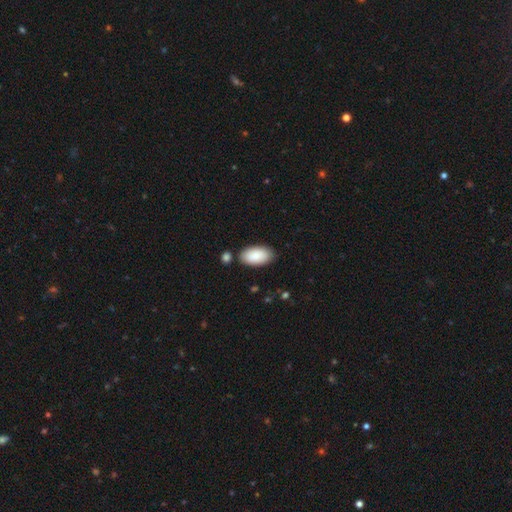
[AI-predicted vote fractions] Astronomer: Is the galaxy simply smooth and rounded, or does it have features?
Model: smooth — 88%.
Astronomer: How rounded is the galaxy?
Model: in between — 96%.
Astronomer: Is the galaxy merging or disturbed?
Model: none — 80%.